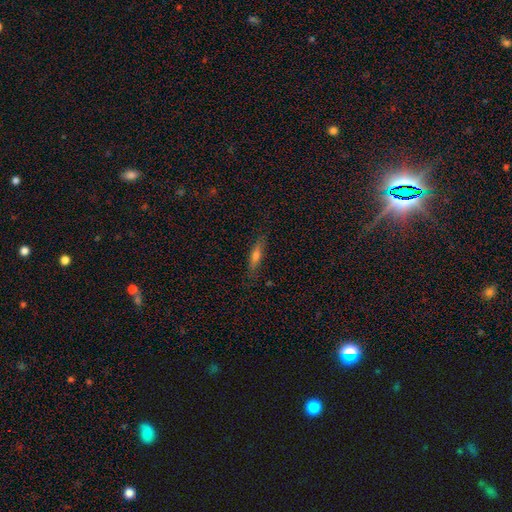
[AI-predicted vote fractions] smooth-or-featured: featured or disk: 46% | smooth: 41% | star or artifact: 12%
  merging: none: 85% | minor disturbance: 11% | major disturbance: 3% | merger: 1%